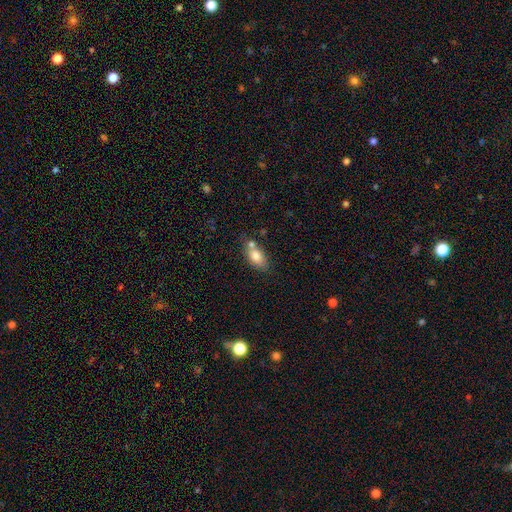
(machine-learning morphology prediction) A smooth galaxy with no disk features (78%) that is in between round and cigar-shaped (85%).

Vote fractions:
- Smooth or featured? smooth: 78% / featured or disk: 14% / star or artifact: 8%
- How rounded? in between: 85% / round: 10% / cigar-shaped: 5%
- Merging? none: 52% / merger: 25% / minor disturbance: 17% / major disturbance: 5%